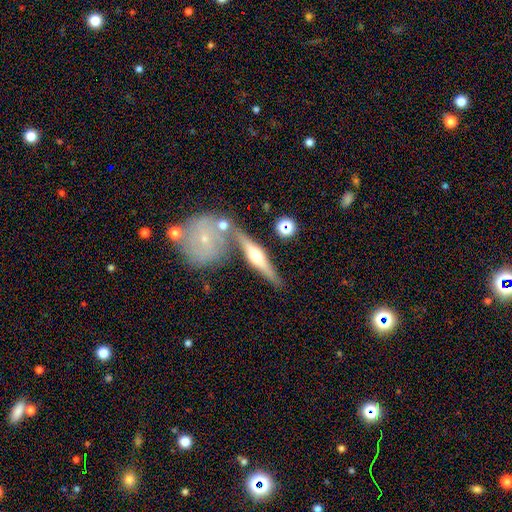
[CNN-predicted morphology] Smooth or featured? Predicted: featured or disk (p=0.71). Edge-on disk? Predicted: yes (p=0.93). Edge-on bulge? Predicted: rounded (p=0.93). Merging? Predicted: none (p=0.70).